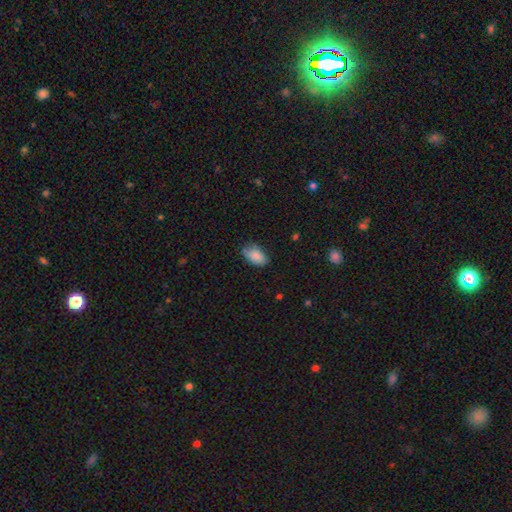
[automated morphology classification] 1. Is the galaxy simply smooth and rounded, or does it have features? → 83% smooth, 10% featured or disk, 7% star or artifact.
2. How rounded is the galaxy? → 92% in between, 6% round, 2% cigar-shaped.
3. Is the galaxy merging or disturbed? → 70% none, 25% minor disturbance, 4% major disturbance, 1% merger.